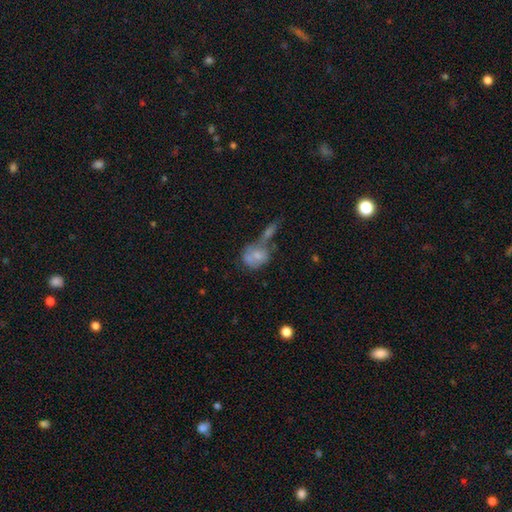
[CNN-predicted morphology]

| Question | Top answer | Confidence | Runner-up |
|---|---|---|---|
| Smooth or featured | smooth | 66% | featured or disk (25%) |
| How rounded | round | 53% | in between (45%) |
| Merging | merger | 48% | none (26%) |